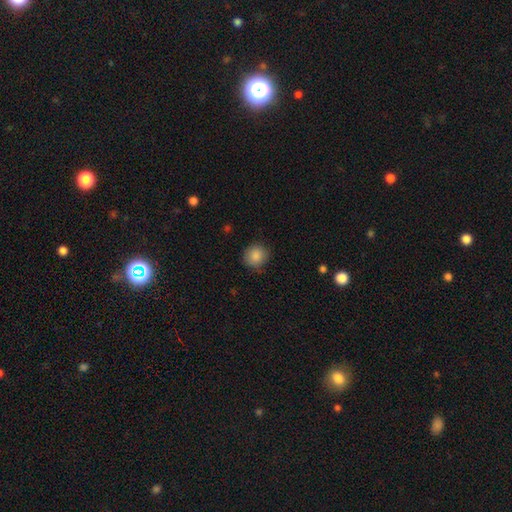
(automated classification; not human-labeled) The model was most divided on "merging": none: 83%, minor disturbance: 13%, major disturbance: 3%, merger: 1%. More confident: smooth or featured — smooth (87%); how rounded — round (85%).